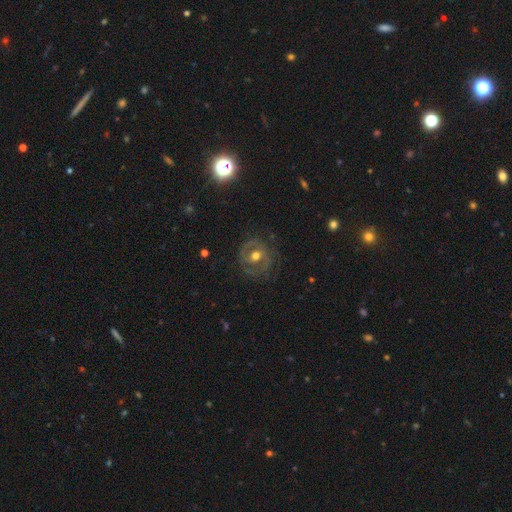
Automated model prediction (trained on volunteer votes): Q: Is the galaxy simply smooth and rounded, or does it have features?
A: featured or disk — 70%.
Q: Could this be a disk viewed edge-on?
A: no — 96%.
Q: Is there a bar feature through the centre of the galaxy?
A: no — 50%.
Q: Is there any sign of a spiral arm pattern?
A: yes — 61%.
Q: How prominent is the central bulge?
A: moderate — 78%.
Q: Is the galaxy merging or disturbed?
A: none — 69%.